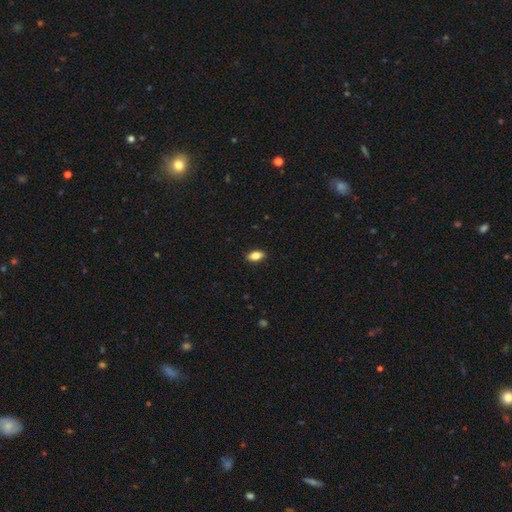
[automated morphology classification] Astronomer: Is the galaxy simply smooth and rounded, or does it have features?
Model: smooth — 79%.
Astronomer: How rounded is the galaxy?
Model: in between — 87%.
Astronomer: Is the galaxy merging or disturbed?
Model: none — 90%.